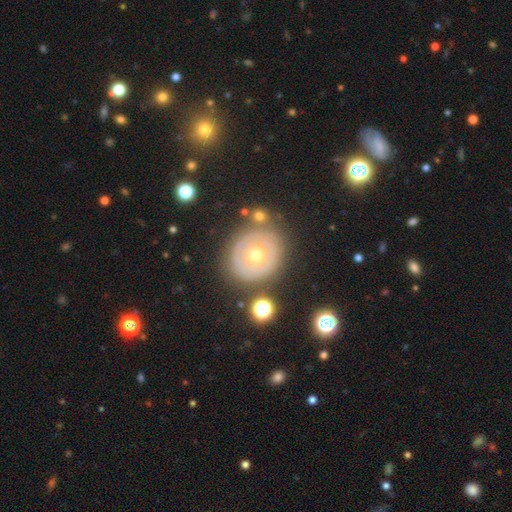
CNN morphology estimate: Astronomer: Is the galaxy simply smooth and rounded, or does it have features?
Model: featured or disk — 56% (runner-up: smooth, 36%).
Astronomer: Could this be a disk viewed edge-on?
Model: no — 96%.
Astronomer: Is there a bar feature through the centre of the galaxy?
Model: no — 90%.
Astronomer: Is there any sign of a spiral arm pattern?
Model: no — 79%.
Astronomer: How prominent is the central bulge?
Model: moderate — 60%.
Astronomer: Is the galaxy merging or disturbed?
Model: none — 78%.